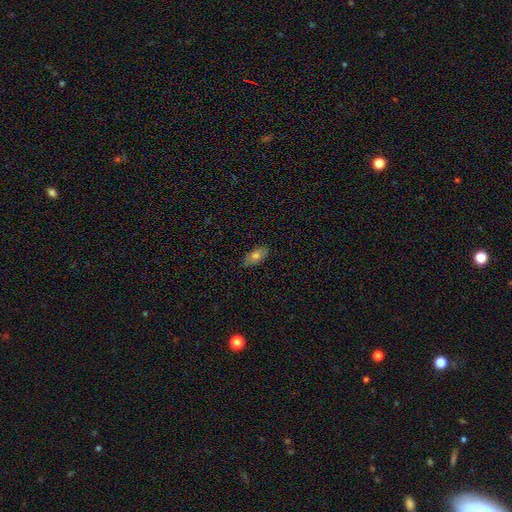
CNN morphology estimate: Smooth or featured?
  - smooth: 72% *
  - featured or disk: 19%
  - star or artifact: 8%
How rounded?
  - in between: 87% *
  - cigar-shaped: 9%
  - round: 4%
Merging?
  - none: 81% *
  - minor disturbance: 16%
  - major disturbance: 2%
  - merger: 1%